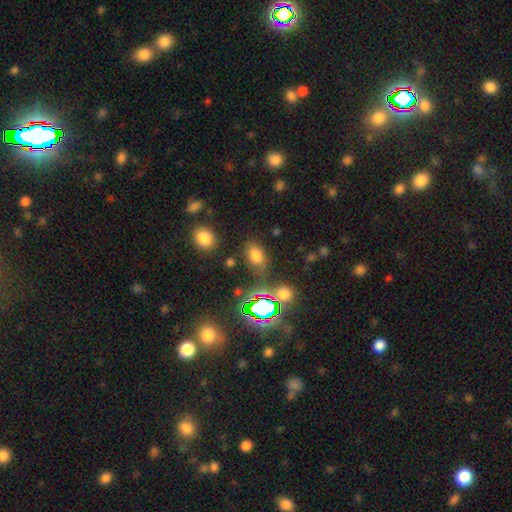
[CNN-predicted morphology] A smooth galaxy with no disk features (68%) that is in between round and cigar-shaped (81%). Merging: none (72%).